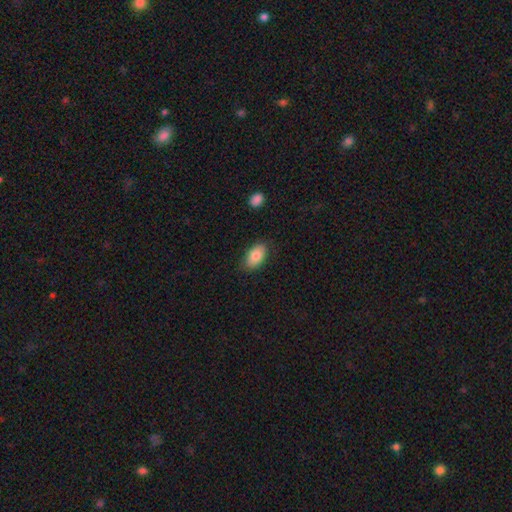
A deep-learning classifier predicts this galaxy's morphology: Smooth or featured?
  - smooth: 83% *
  - featured or disk: 10%
  - star or artifact: 7%
How rounded?
  - in between: 93% *
  - round: 6%
  - cigar-shaped: 2%
Merging?
  - none: 82% *
  - minor disturbance: 14%
  - major disturbance: 3%
  - merger: 1%